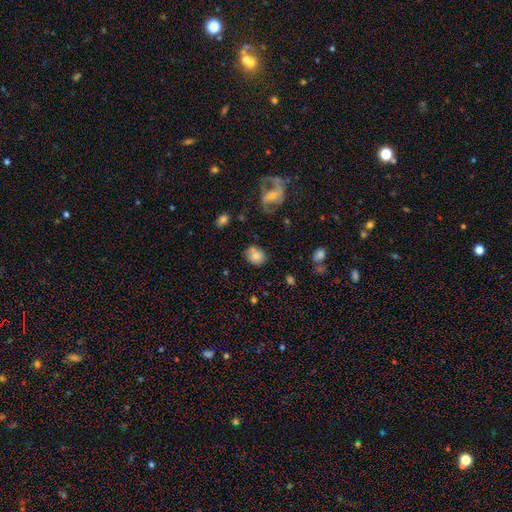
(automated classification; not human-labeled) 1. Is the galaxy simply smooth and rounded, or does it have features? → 78% smooth, 12% featured or disk, 10% star or artifact.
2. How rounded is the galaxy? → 50% round, 49% in between, 1% cigar-shaped.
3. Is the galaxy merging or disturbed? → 70% none, 19% minor disturbance, 6% major disturbance, 5% merger.